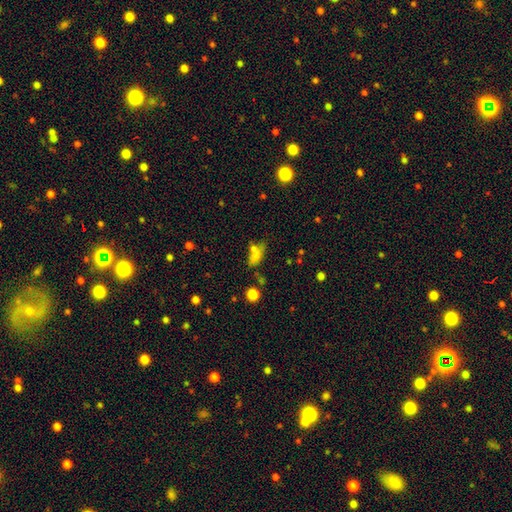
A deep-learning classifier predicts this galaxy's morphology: A smooth galaxy with no disk features (70%) that is in between round and cigar-shaped (78%). Merging: none (47%).